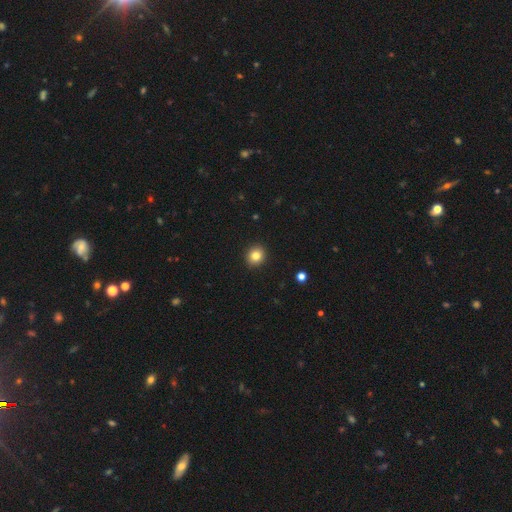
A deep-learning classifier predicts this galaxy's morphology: Smooth or featured?
  - smooth: 83% *
  - star or artifact: 11%
  - featured or disk: 6%
How rounded?
  - round: 80% *
  - in between: 19%
  - cigar-shaped: 1%
Merging?
  - none: 92% *
  - minor disturbance: 5%
  - major disturbance: 2%
  - merger: 1%